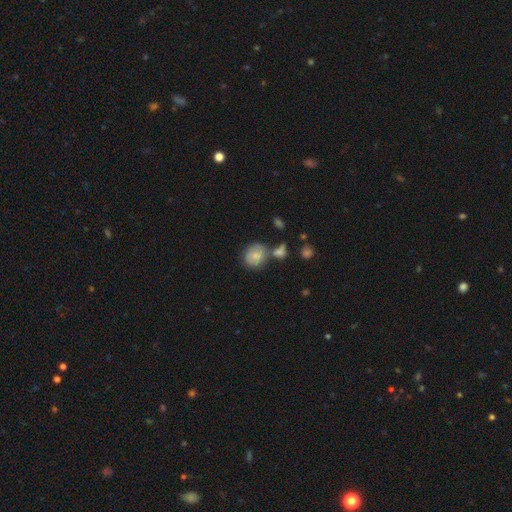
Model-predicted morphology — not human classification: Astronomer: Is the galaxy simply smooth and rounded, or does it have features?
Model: smooth — 68%.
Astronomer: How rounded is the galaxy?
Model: round — 74%.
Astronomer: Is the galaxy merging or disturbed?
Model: none — 54%.